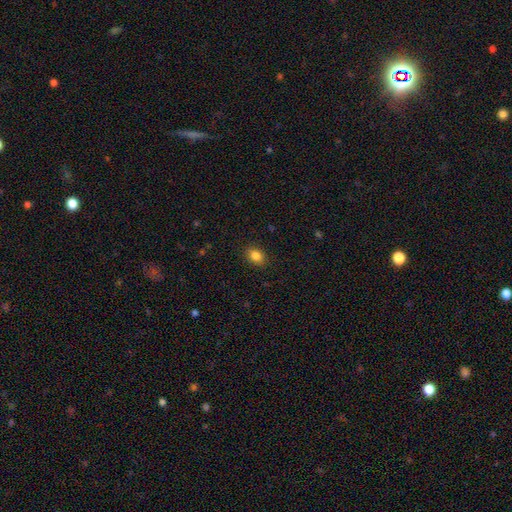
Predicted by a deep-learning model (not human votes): smooth 85%, star or artifact 10%, featured or disk 6%. Down the decision tree: how rounded — in between (67%); merging — none (88%).